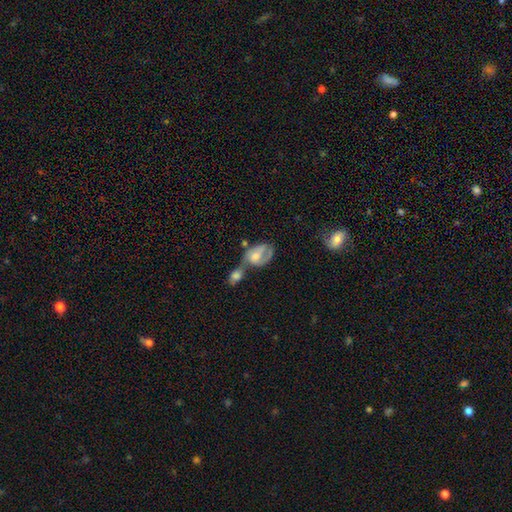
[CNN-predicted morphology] A featured or disk galaxy (59%) with no bar (56%), spiral arms (70%) and a moderate central bulge (55%).

Vote fractions:
- Smooth or featured? featured or disk: 59% / smooth: 33% / star or artifact: 8%
- Edge-on disk? no: 96% / yes: 4%
- Bar? no: 56% / weak: 34% / strong: 10%
- Spiral arms? yes: 70% / no: 30%
- Bulge size? moderate: 55% / small: 33% / large: 6% / none: 5% / dominant: 2%
- Merging? merger: 56% / none: 20% / major disturbance: 13% / minor disturbance: 12%